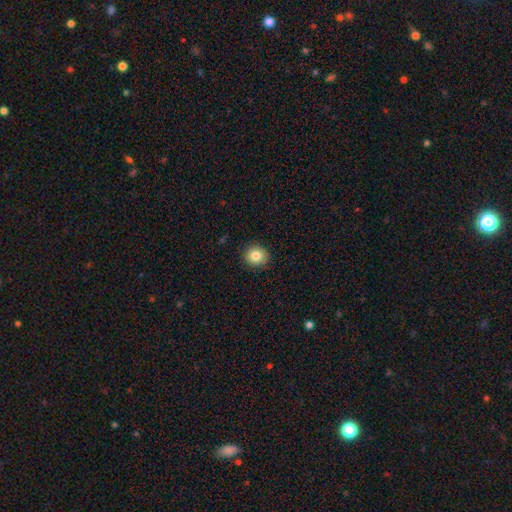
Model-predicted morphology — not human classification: Q: Smooth or featured?
A: smooth (82%); runner-up: star or artifact (10%)
Q: How rounded?
A: round (86%); runner-up: in between (13%)
Q: Merging?
A: none (91%); runner-up: minor disturbance (7%)